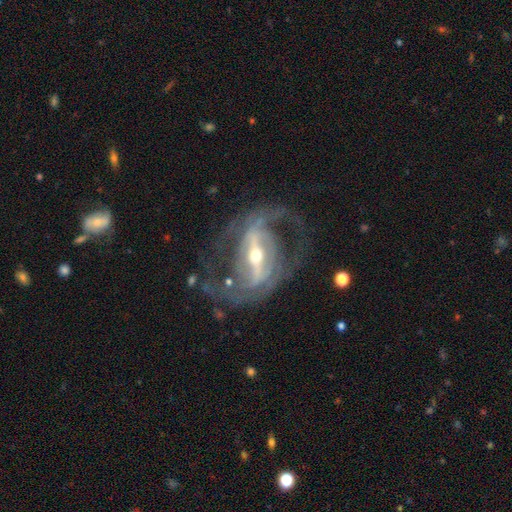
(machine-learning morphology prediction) This is clearly a featured or disk galaxy (89%). It is clearly not viewed edge-on (92%). Bar: likely strong (74%). Spiral arm pattern: clearly yes (89%). Spiral arm count: clearly 2 (83%). Spiral winding: possibly medium (49%). Central bulge: possibly moderate (51%). Merging: likely none (62%).